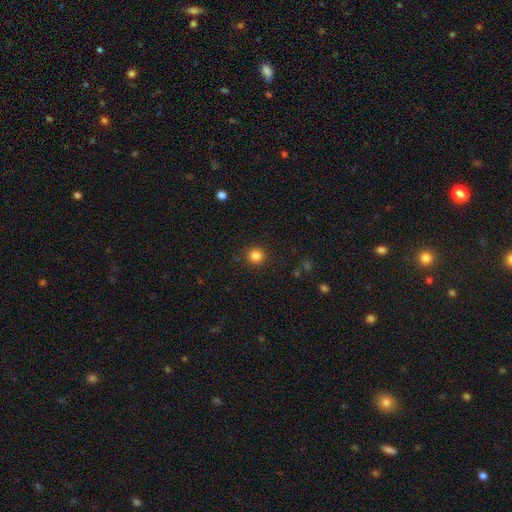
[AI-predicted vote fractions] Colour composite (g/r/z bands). It shows a smooth galaxy with no disk features (84%) that is round (91%). Merging: none (90%).